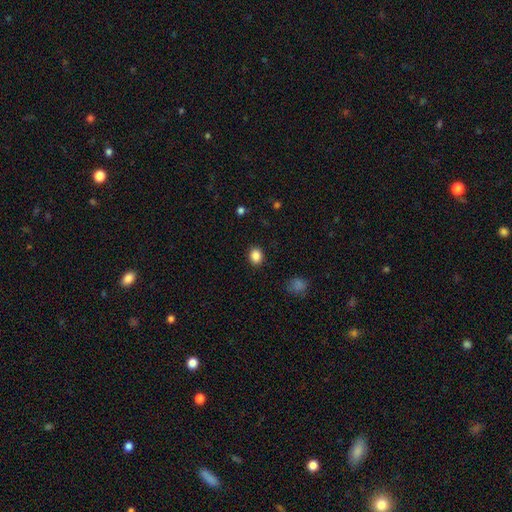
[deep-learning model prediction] This appears to be a smooth galaxy with no disk features (87%) that is round (56%). Merging: none (90%).